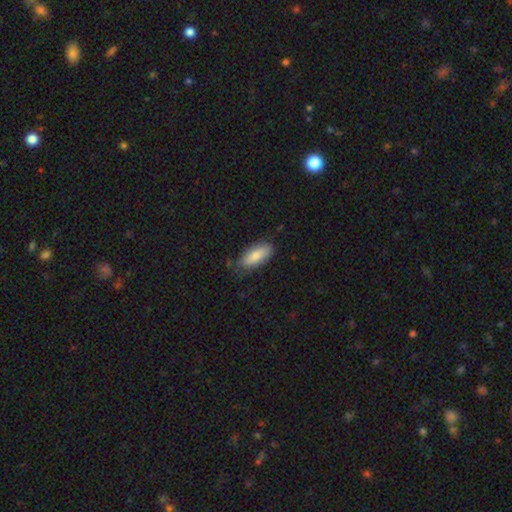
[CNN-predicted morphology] smooth_or_featured: smooth (p=0.83) [alt: featured or disk p=0.11]
how_rounded: in between (p=0.79) [alt: cigar-shaped p=0.19]
merging: none (p=0.75) [alt: minor disturbance p=0.20]